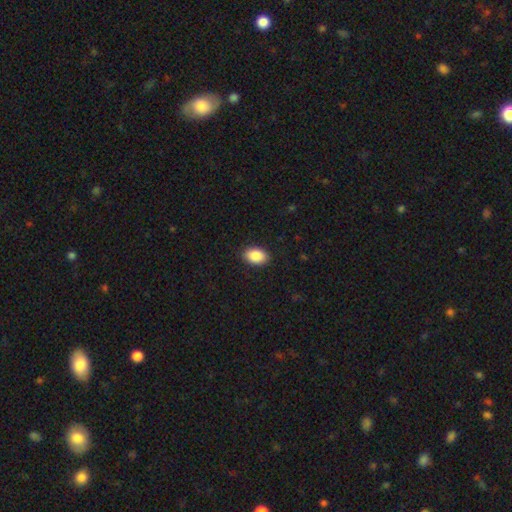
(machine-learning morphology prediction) A smooth galaxy with no disk features (89%) that is in between round and cigar-shaped (89%). Merging: none (89%).